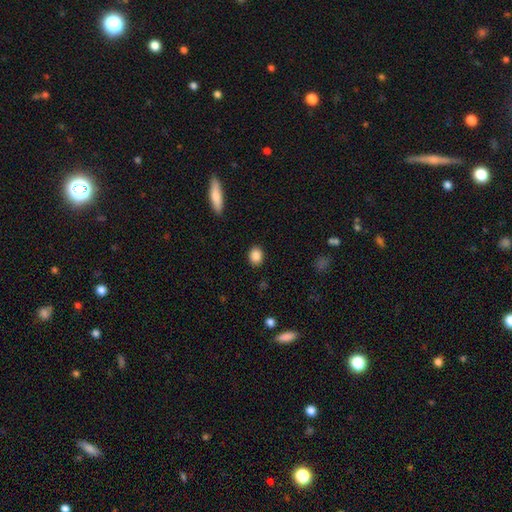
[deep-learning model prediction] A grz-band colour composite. It shows a smooth galaxy with no disk features (87%) that is round (52%). Merging: none (89%).